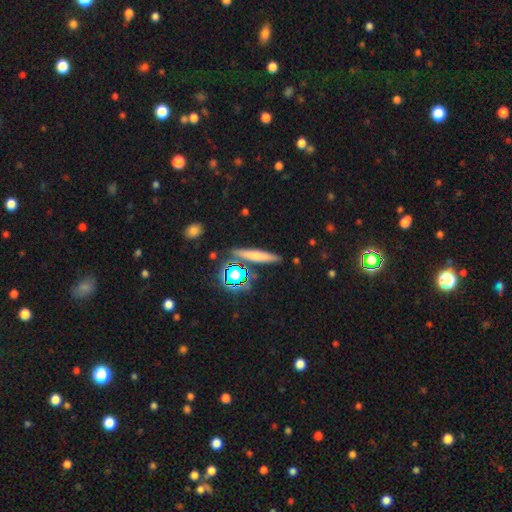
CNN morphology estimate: This is likely a smooth galaxy (61%). How rounded: clearly cigar-shaped (84%). Merging: clearly none (84%).